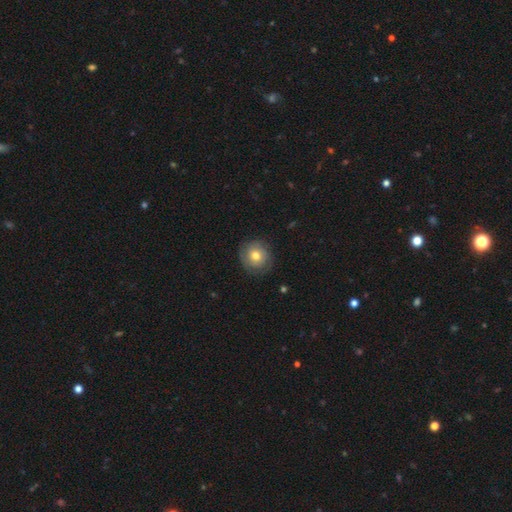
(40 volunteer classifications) This appears to be a smooth galaxy with no disk features (70%) that is round (96%). Merging: none (76%).